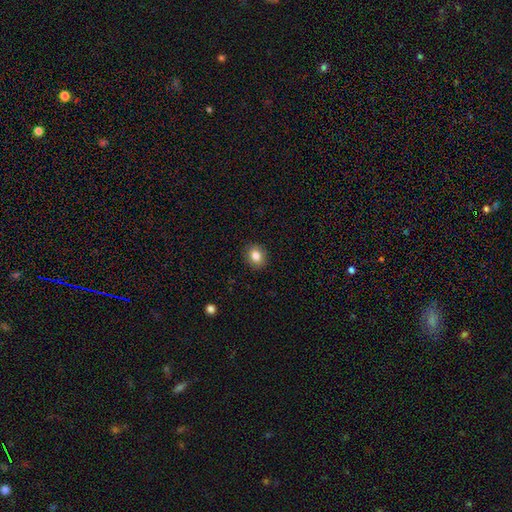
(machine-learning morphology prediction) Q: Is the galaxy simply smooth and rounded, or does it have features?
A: smooth — 83%.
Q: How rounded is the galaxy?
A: round — 61%.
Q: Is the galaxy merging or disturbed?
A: none — 90%.